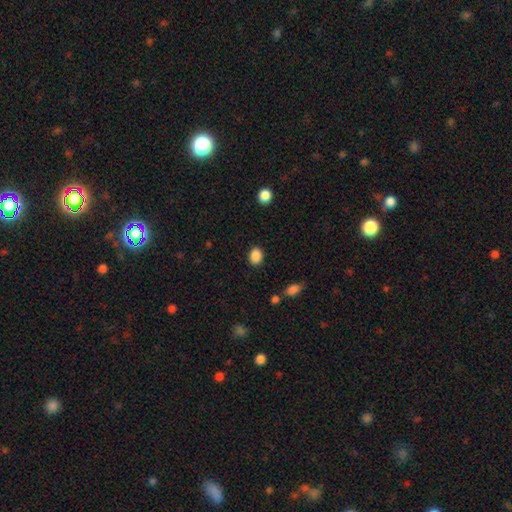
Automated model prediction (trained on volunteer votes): smooth 88%, star or artifact 9%, featured or disk 3%. Down the decision tree: how rounded — in between (58%); merging — none (87%).